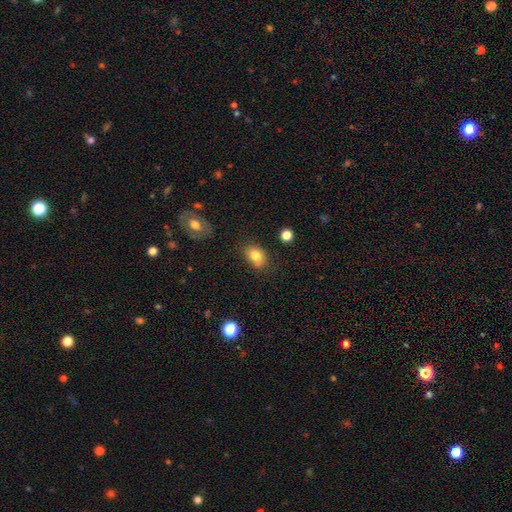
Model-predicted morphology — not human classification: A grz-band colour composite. It shows a smooth galaxy with no disk features (81%) that is in between round and cigar-shaped (73%). Merging: none (73%).